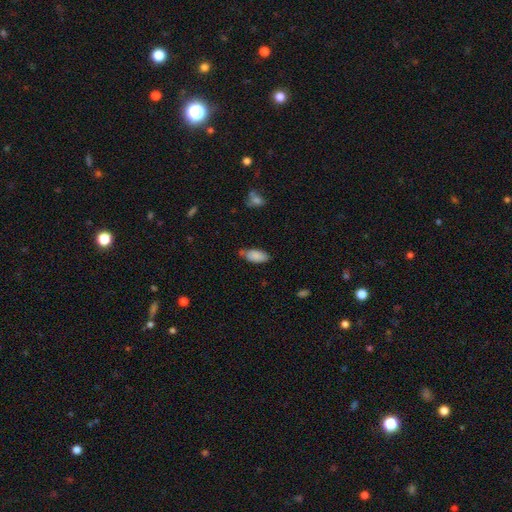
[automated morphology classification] This is clearly a smooth galaxy (86%). How rounded: clearly in between (88%). Merging: possibly none (59%).